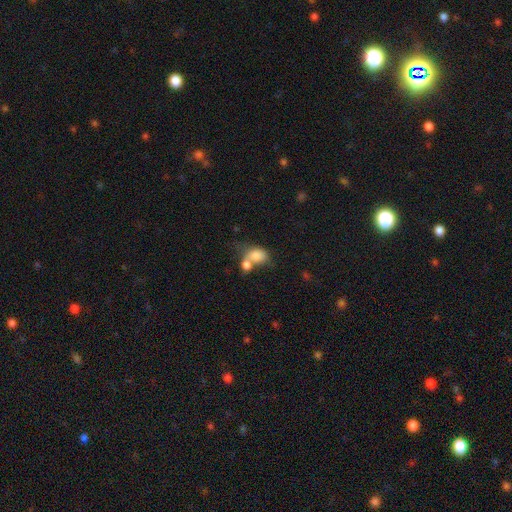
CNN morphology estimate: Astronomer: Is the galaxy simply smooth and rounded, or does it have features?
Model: smooth — 80%.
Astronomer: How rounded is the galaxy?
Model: in between — 66%.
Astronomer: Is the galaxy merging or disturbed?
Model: merger — 54%.